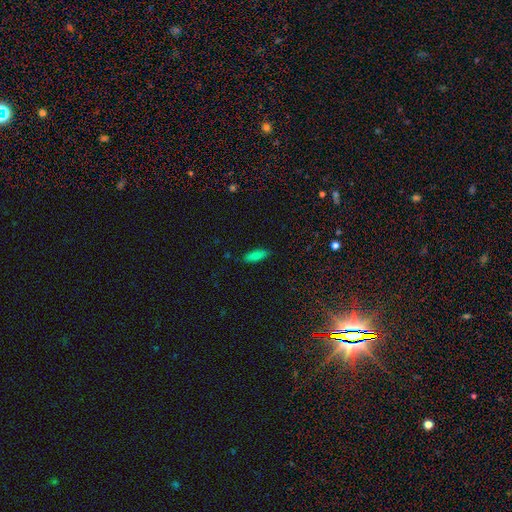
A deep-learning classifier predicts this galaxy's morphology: Overall: smooth (83%). How rounded: in between (58%; cigar-shaped 40%). Merging: none (86%).